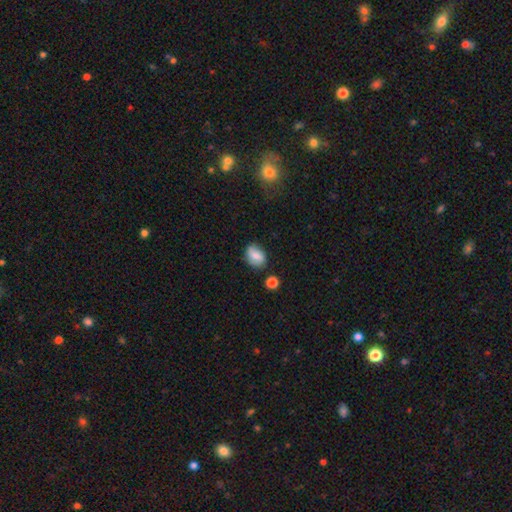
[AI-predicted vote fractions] Smooth or featured?
  - smooth: 70% *
  - featured or disk: 22%
  - star or artifact: 9%
How rounded?
  - in between: 69% *
  - round: 30%
  - cigar-shaped: 1%
Merging?
  - none: 73% *
  - minor disturbance: 19%
  - major disturbance: 4%
  - merger: 4%